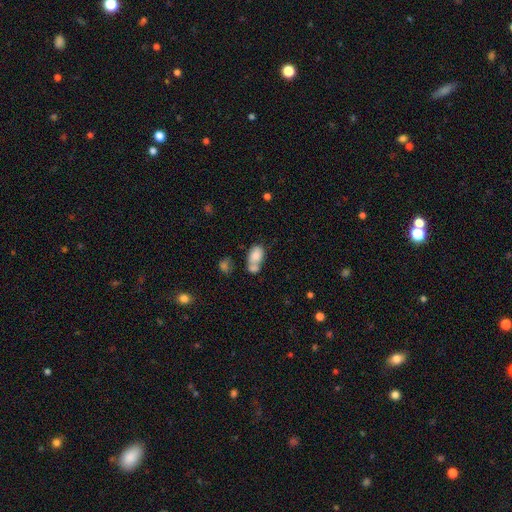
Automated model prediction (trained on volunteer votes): Smooth or featured: smooth — 74% (featured or disk — 18%)
How rounded: in between — 85% (round — 13%)
Merging: merger — 56% (none — 25%)